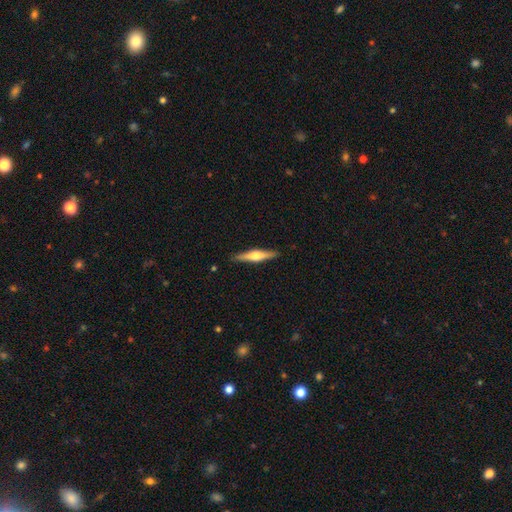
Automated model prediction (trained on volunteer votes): Q: Smooth or featured?
A: featured or disk (61%); runner-up: smooth (33%)
Q: Edge-on disk?
A: yes (96%); runner-up: no (4%)
Q: Edge-on bulge?
A: rounded (92%); runner-up: boxy (5%)
Q: Merging?
A: none (90%); runner-up: minor disturbance (7%)